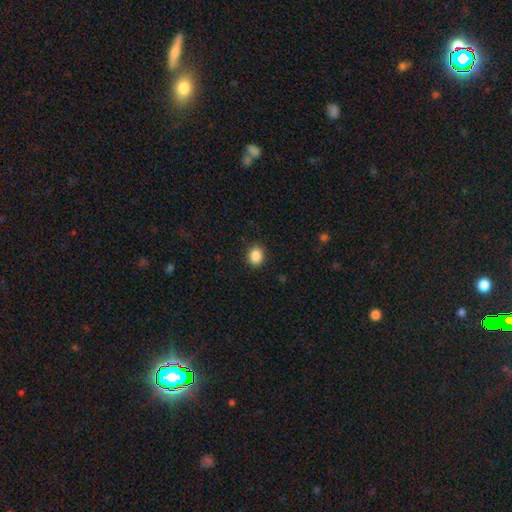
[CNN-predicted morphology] This is clearly a smooth galaxy (87%). How rounded: possibly round (57%). Merging: clearly none (88%).